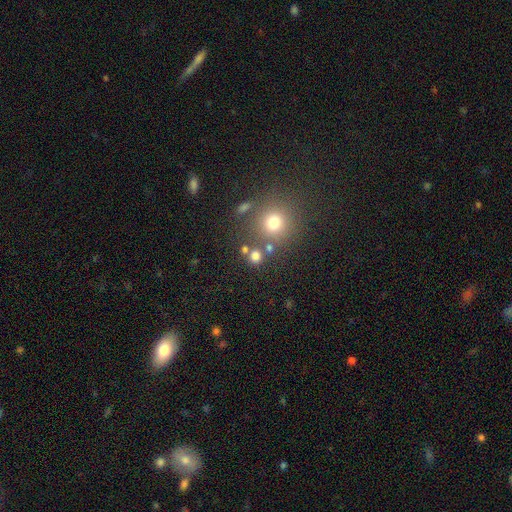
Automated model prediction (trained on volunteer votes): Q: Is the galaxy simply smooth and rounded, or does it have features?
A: smooth — 67%.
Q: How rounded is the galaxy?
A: round — 88%.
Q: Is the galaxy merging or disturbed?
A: none — 73%.